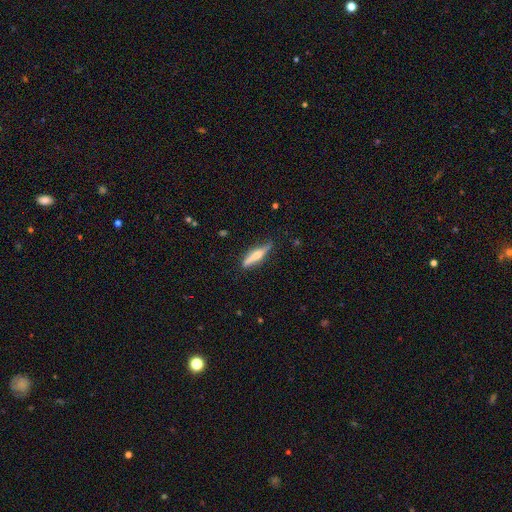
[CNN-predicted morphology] A featured or disk galaxy (47%).

Vote fractions:
- Smooth or featured? featured or disk: 47% / smooth: 46% / star or artifact: 7%
- Merging? none: 74% / minor disturbance: 20% / major disturbance: 4% / merger: 2%